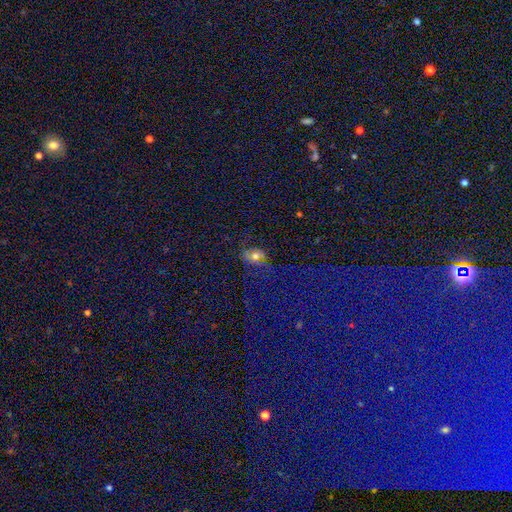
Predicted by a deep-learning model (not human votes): smooth-or-featured: smooth: 45% | star or artifact: 30% | featured or disk: 25%
  merging: none: 56% | minor disturbance: 21% | major disturbance: 18% | merger: 4%